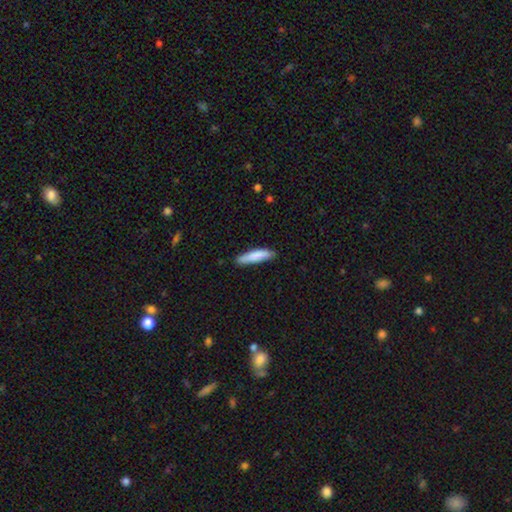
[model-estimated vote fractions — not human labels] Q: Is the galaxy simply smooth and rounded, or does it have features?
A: smooth — 83%.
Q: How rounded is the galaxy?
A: cigar-shaped — 79%.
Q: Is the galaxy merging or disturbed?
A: none — 80%.